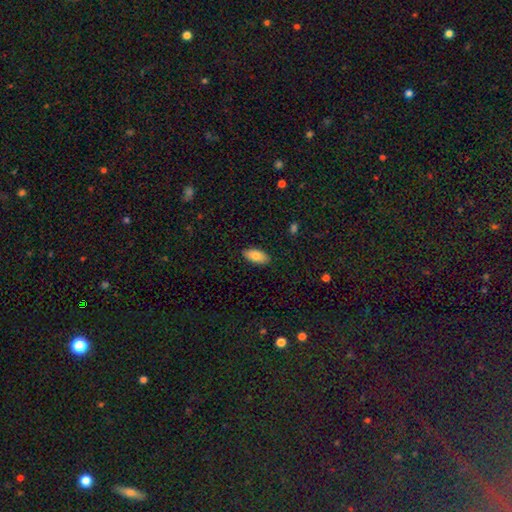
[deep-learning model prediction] Smooth or featured?
  - smooth: 82% *
  - featured or disk: 11%
  - star or artifact: 7%
How rounded?
  - in between: 93% *
  - cigar-shaped: 5%
  - round: 2%
Merging?
  - none: 88% *
  - minor disturbance: 9%
  - major disturbance: 2%
  - merger: 1%